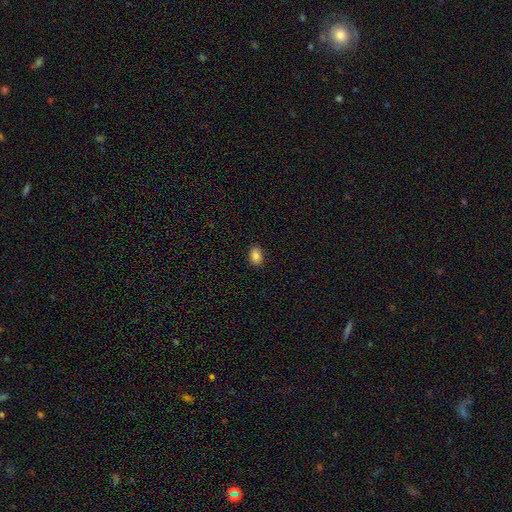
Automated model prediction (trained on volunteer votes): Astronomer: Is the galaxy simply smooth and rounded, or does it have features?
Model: smooth — 86%.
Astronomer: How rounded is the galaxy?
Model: in between — 78%.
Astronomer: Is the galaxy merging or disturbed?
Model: none — 89%.